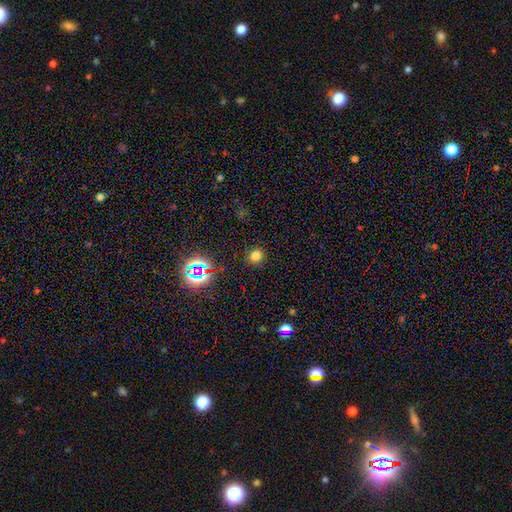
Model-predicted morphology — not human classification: A smooth galaxy with no disk features (73%) that is round (88%). Merging: none (88%).